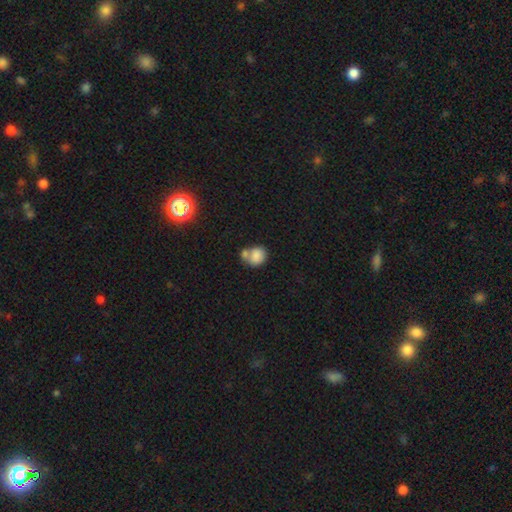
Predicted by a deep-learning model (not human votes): This is clearly a smooth galaxy (80%). How rounded: likely round (64%). Merging: possibly merger (48%).